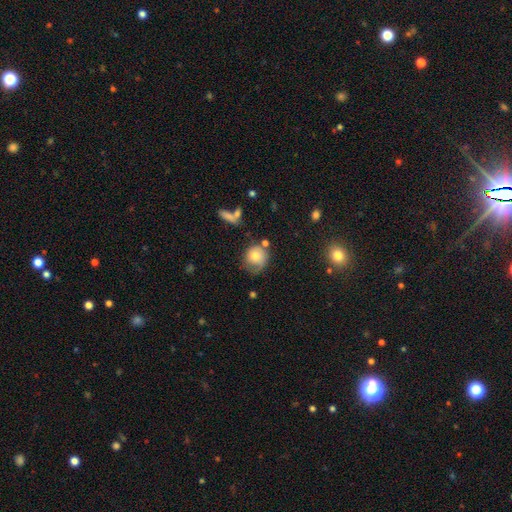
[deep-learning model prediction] Q: Smooth or featured?
A: smooth (70%); runner-up: featured or disk (20%)
Q: How rounded?
A: round (80%); runner-up: in between (19%)
Q: Merging?
A: none (47%); runner-up: minor disturbance (30%)